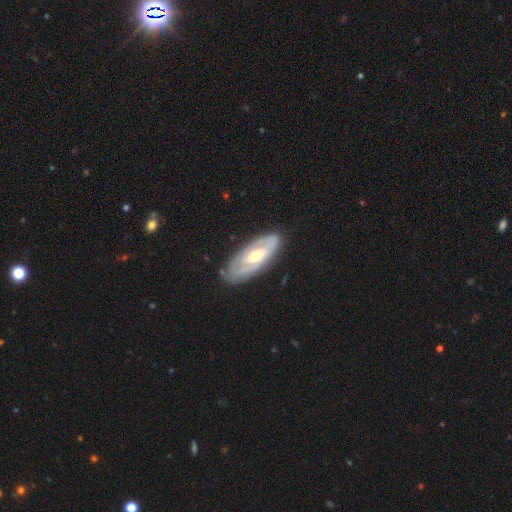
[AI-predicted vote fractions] smooth_or_featured: featured or disk (p=0.72) [alt: smooth p=0.23]
disk_edge_on: no (p=0.85) [alt: yes p=0.15]
bar: no (p=0.49) [alt: weak p=0.35]
has_spiral_arms: yes (p=0.64) [alt: no p=0.36]
bulge_size: moderate (p=0.73) [alt: small p=0.17]
merging: none (p=0.80) [alt: minor disturbance p=0.15]